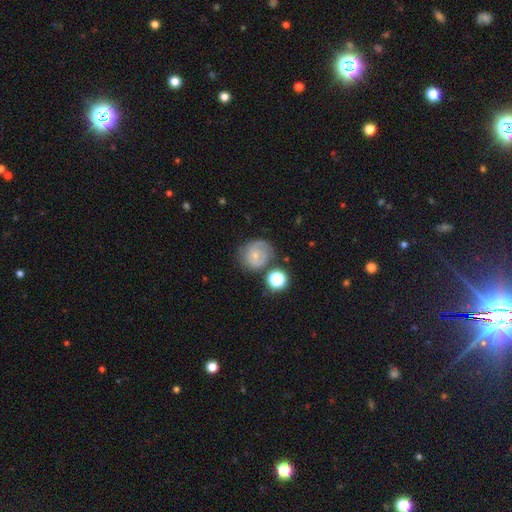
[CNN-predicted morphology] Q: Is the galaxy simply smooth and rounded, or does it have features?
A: smooth — 50%.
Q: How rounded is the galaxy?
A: round — 83%.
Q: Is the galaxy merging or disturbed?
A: none — 57%.